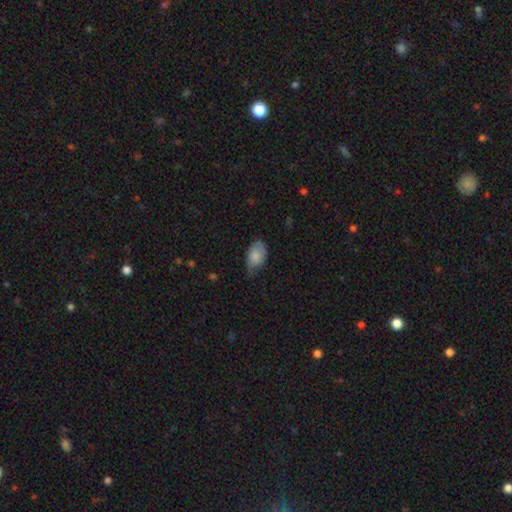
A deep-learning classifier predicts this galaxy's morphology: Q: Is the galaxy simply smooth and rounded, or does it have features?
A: smooth — 81%.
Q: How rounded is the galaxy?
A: in between — 91%.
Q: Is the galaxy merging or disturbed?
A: none — 48%.